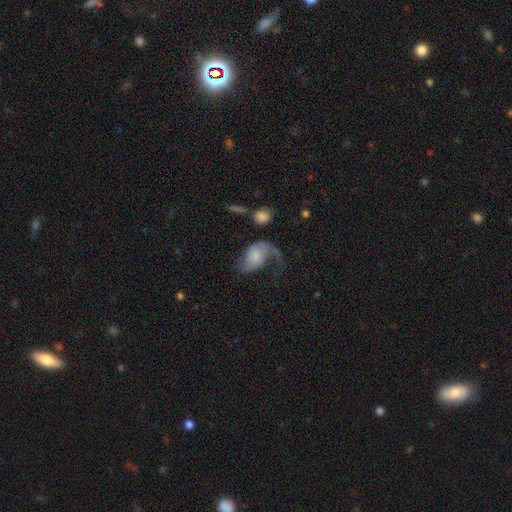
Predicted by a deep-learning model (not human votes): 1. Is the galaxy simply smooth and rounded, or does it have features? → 67% featured or disk, 26% smooth, 7% star or artifact.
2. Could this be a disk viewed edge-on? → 97% no, 3% yes.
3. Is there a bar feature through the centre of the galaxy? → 66% no, 28% weak, 5% strong.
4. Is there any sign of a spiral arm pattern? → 90% yes, 10% no.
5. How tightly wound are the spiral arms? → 75% loose, 20% medium, 5% tight.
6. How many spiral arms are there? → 49% 2, 46% 1, 3% can't tell, 1% 3, 1% 4, 1% more than 4.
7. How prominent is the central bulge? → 36% small, 33% moderate, 15% none, 12% large, 4% dominant.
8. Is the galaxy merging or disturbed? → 44% major disturbance, 32% none, 18% minor disturbance, 6% merger.